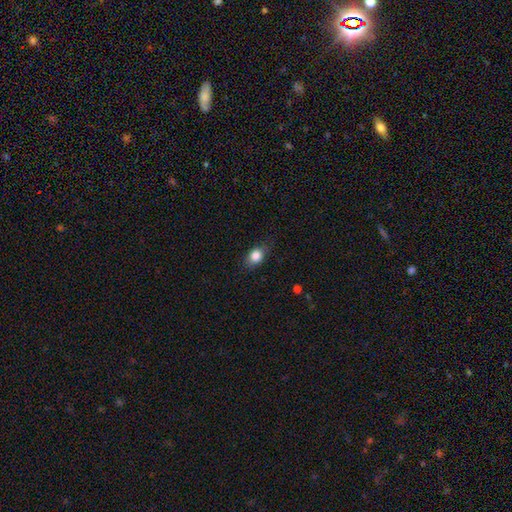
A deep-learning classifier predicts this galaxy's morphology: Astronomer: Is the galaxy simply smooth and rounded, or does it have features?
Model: smooth — 84%.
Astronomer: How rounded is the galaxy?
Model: in between — 67%.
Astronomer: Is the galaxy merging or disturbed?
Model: none — 77%.